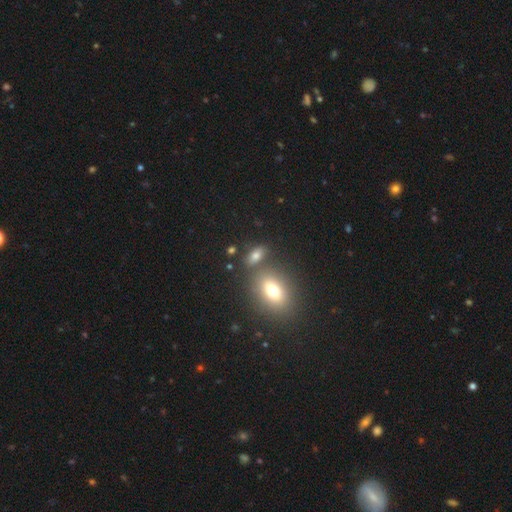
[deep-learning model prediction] smooth_or_featured: smooth (p=0.73) [alt: star or artifact p=0.13]
how_rounded: in between (p=0.79) [alt: round p=0.12]
merging: none (p=0.68) [alt: merger p=0.15]